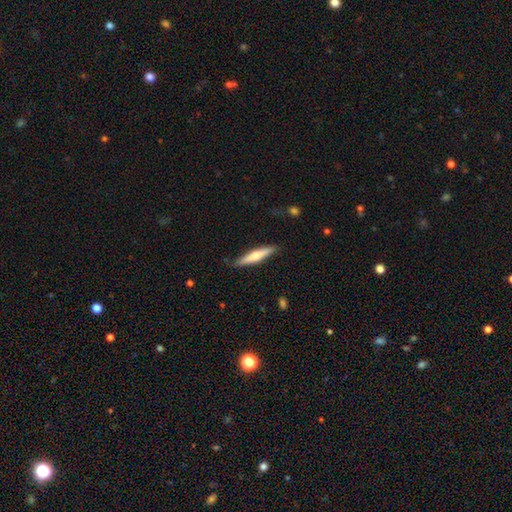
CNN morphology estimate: smooth-or-featured: smooth: 53% | featured or disk: 42% | star or artifact: 5%
  how-rounded: cigar-shaped: 88% | in between: 10% | round: 1%
  merging: none: 84% | minor disturbance: 12% | major disturbance: 2% | merger: 1%